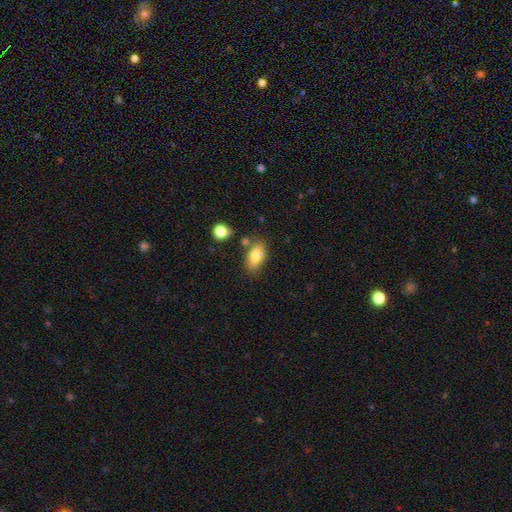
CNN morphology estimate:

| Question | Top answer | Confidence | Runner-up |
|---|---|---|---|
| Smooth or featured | smooth | 82% | featured or disk (11%) |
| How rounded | in between | 90% | round (7%) |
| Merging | none | 72% | minor disturbance (15%) |